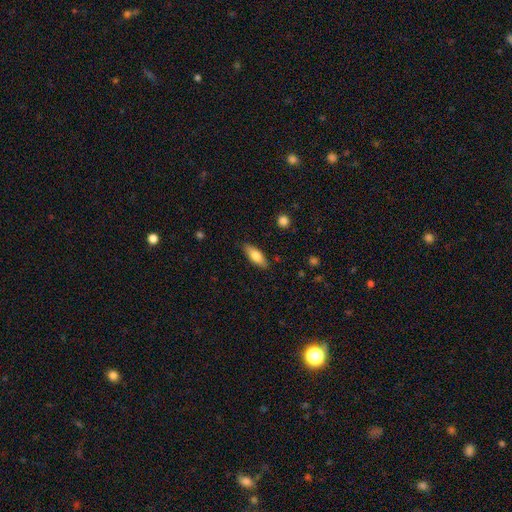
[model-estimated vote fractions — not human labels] smooth-or-featured: smooth: 74% | featured or disk: 20% | star or artifact: 6%
  how-rounded: in between: 66% | cigar-shaped: 31% | round: 2%
  merging: none: 85% | minor disturbance: 11% | major disturbance: 2% | merger: 1%